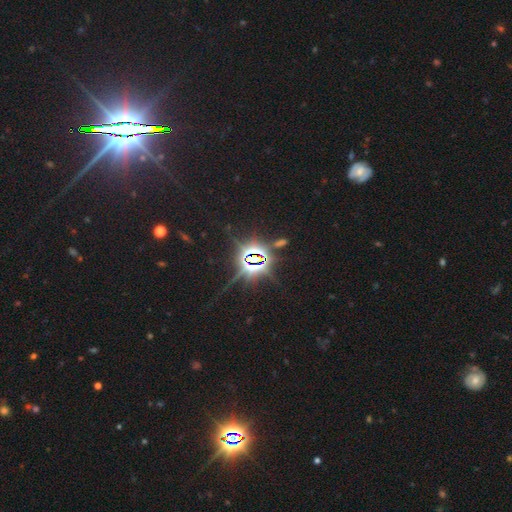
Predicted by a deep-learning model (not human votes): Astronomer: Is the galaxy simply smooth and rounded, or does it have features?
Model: star or artifact — 85%.